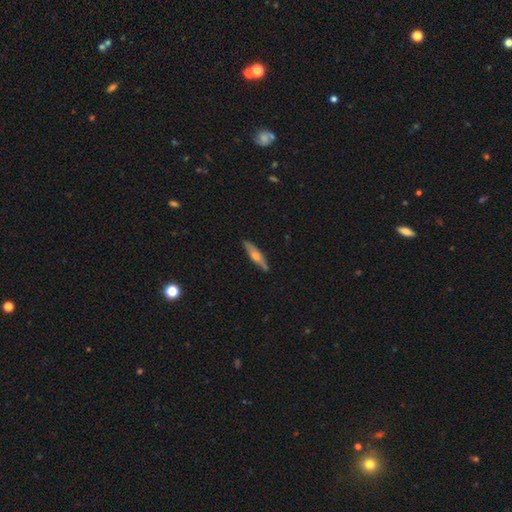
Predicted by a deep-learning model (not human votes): Overall: featured or disk (56%; smooth 39%). Edge-on disk: yes (93%). Edge-on bulge: rounded (91%). Merging: none (89%).